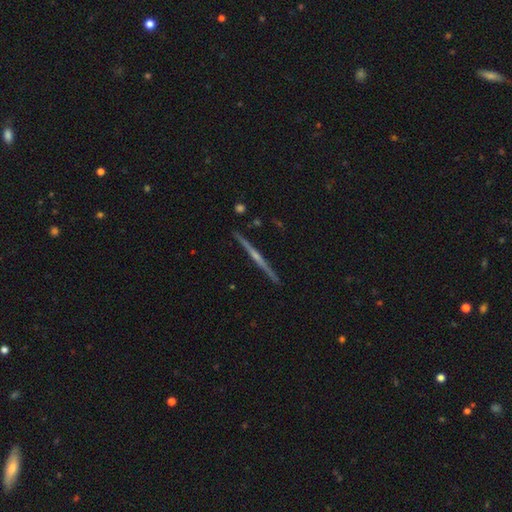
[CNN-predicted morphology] Q: Smooth or featured?
A: featured or disk (80%); runner-up: smooth (14%)
Q: Edge-on disk?
A: yes (99%); runner-up: no (1%)
Q: Edge-on bulge?
A: rounded (59%); runner-up: none (33%)
Q: Merging?
A: none (92%); runner-up: minor disturbance (6%)